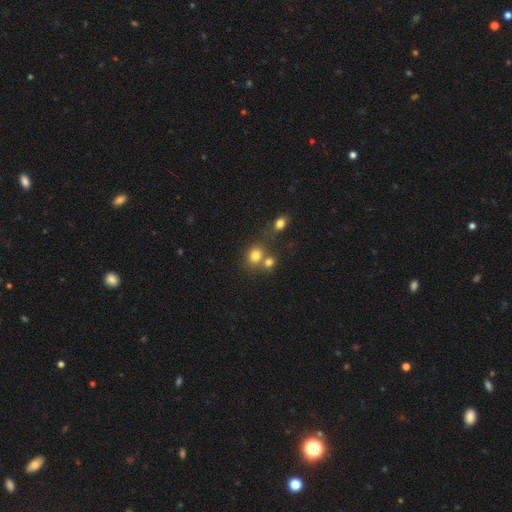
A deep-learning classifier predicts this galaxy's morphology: smooth 77%, star or artifact 13%, featured or disk 9%. Down the decision tree: how rounded — round (73%); merging — none (47%).